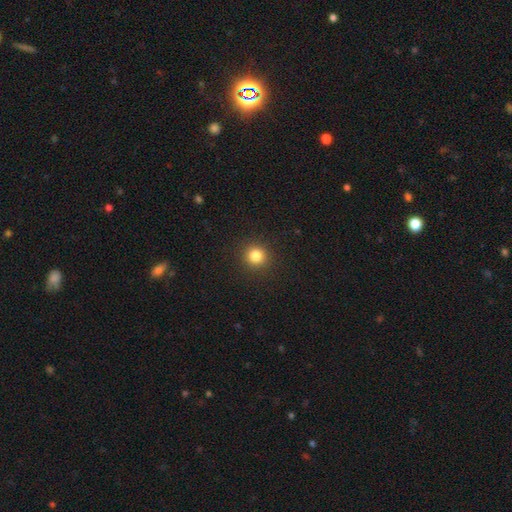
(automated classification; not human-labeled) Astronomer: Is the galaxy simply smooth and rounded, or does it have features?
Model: smooth — 83%.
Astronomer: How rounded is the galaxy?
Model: round — 94%.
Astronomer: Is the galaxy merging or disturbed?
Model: none — 92%.